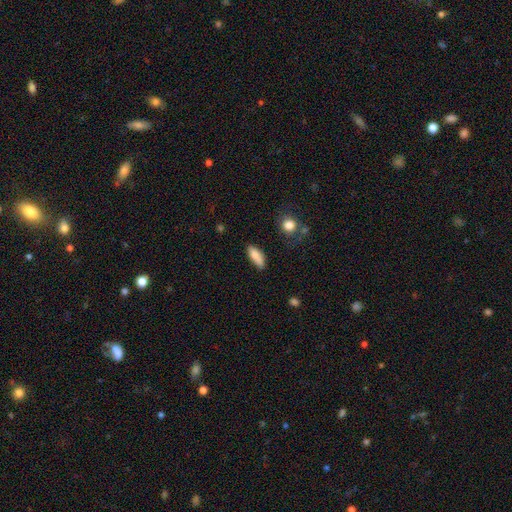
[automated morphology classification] Smooth or featured: smooth — 81% (featured or disk — 12%)
How rounded: in between — 68% (cigar-shaped — 29%)
Merging: none — 71% (minor disturbance — 21%)